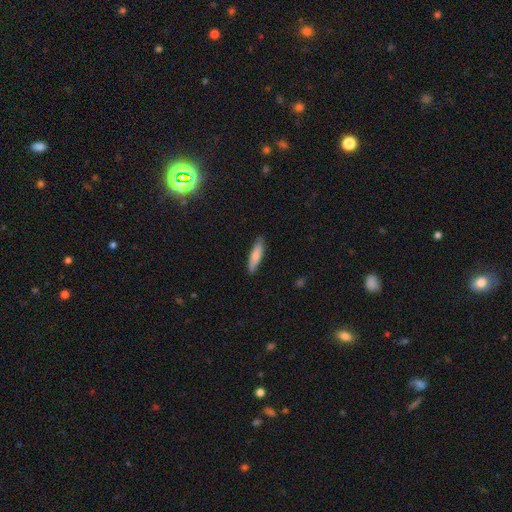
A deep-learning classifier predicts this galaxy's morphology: smooth 78%, featured or disk 17%, star or artifact 6%. Down the decision tree: how rounded — cigar-shaped (74%); merging — none (87%).